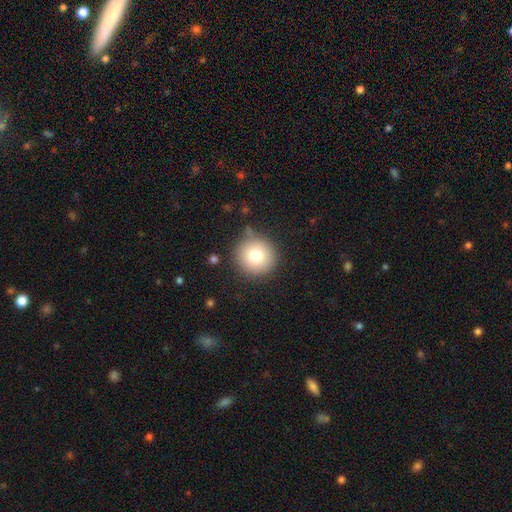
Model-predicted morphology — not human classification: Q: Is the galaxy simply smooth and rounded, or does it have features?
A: smooth — 78%.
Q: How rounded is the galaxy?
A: round — 95%.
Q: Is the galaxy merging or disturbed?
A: none — 81%.